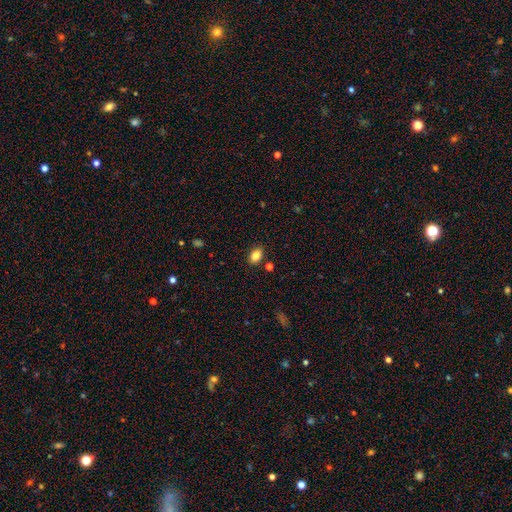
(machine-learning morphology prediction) Smooth or featured: smooth — 84% (star or artifact — 10%)
How rounded: in between — 82% (round — 17%)
Merging: none — 84% (minor disturbance — 10%)